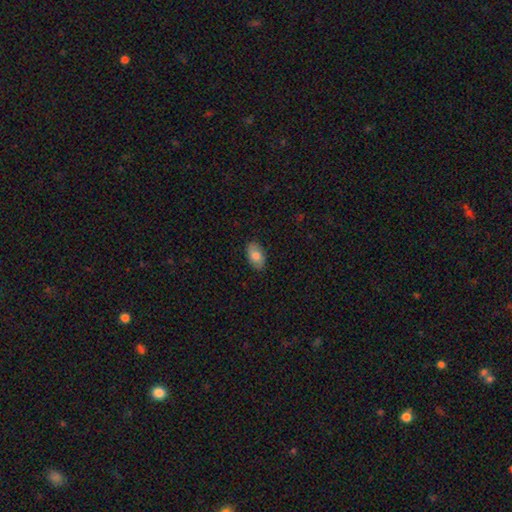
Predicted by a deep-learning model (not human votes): Smooth or featured? smooth (78%)
How rounded? in between (93%)
Merging? none (86%)